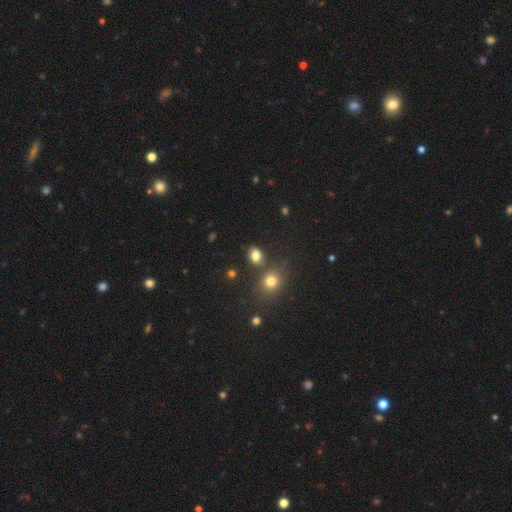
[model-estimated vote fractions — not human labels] Q: Smooth or featured?
A: smooth (80%); runner-up: star or artifact (13%)
Q: How rounded?
A: in between (64%); runner-up: round (35%)
Q: Merging?
A: none (71%); runner-up: merger (13%)